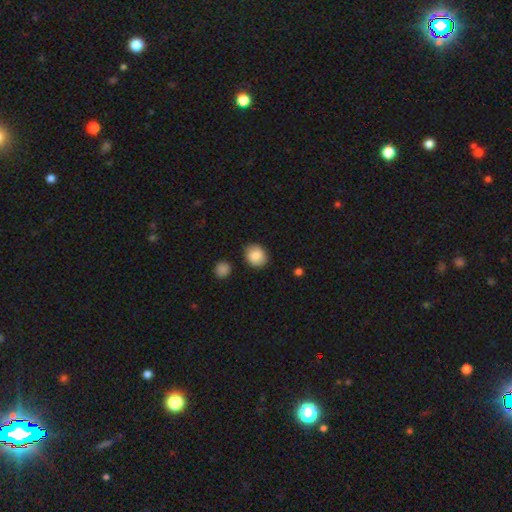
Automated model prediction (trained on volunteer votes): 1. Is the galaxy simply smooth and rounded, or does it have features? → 85% smooth, 8% featured or disk, 8% star or artifact.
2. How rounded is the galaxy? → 62% round, 37% in between, 1% cigar-shaped.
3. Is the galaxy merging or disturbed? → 85% none, 10% minor disturbance, 2% major disturbance, 2% merger.